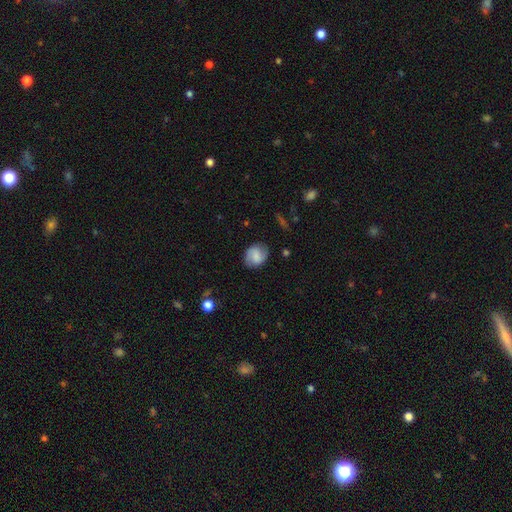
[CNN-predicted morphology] Smooth or featured?
  - smooth: 56% *
  - featured or disk: 36%
  - star or artifact: 9%
How rounded?
  - round: 60% *
  - in between: 39%
  - cigar-shaped: 1%
Merging?
  - none: 78% *
  - minor disturbance: 15%
  - major disturbance: 5%
  - merger: 1%